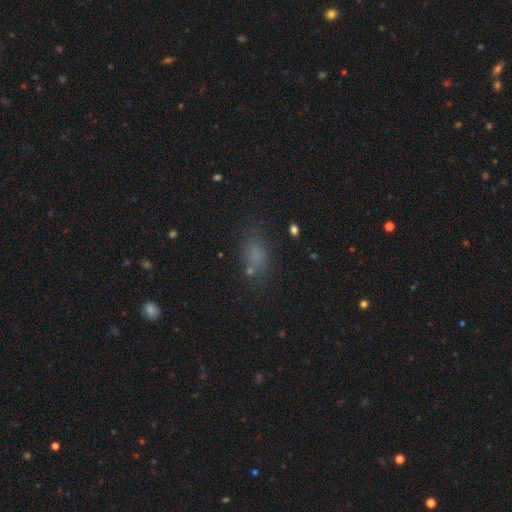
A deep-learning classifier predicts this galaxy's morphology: Smooth or featured? smooth (73%)
How rounded? in between (79%)
Merging? none (68%)